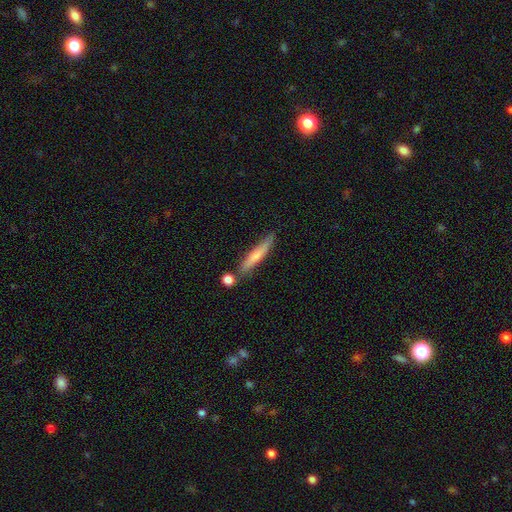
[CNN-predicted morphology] type=smooth (62%); roundness=cigar-shaped (91%); merging=none (71%).